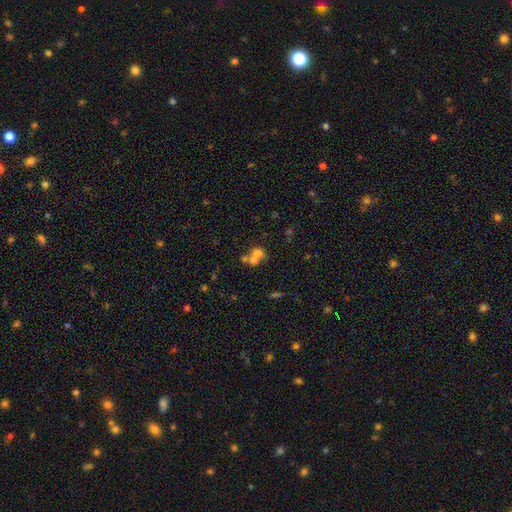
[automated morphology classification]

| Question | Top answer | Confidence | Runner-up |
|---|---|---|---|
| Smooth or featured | smooth | 63% | featured or disk (21%) |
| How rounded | round | 69% | in between (30%) |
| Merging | merger | 60% | none (29%) |